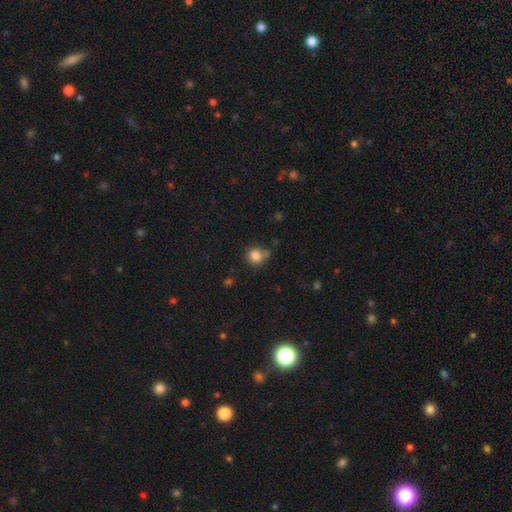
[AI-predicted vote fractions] Smooth or featured? smooth (83%)
How rounded? round (86%)
Merging? none (66%)